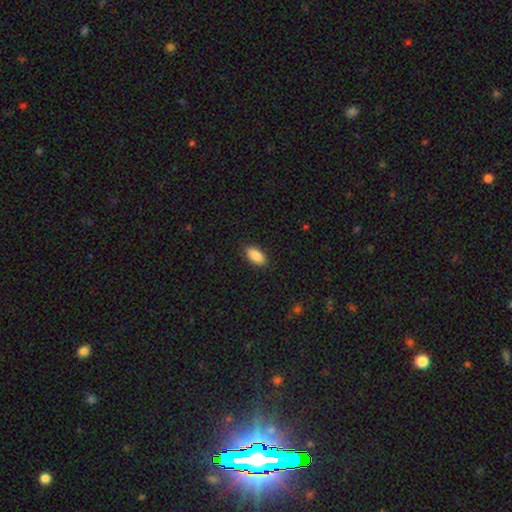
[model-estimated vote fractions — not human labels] The model was most divided on "merging": none: 89%, minor disturbance: 8%, major disturbance: 2%, merger: 1%. More confident: how rounded — in between (89%); smooth or featured — smooth (89%).